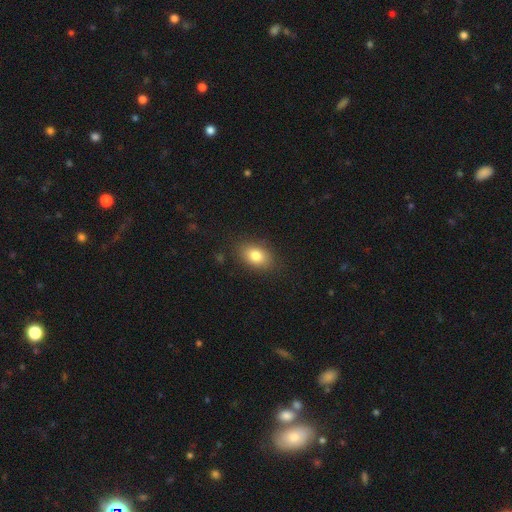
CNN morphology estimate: type=smooth (81%); roundness=in between (81%); merging=none (84%).